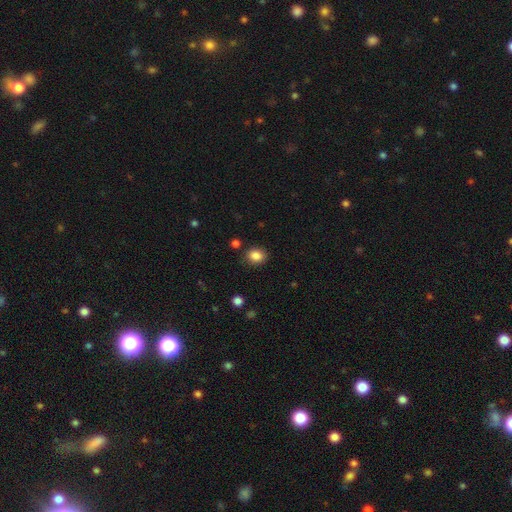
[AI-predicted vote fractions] Morphology: type=smooth (86%); roundness=round (59%); merging=none (84%).